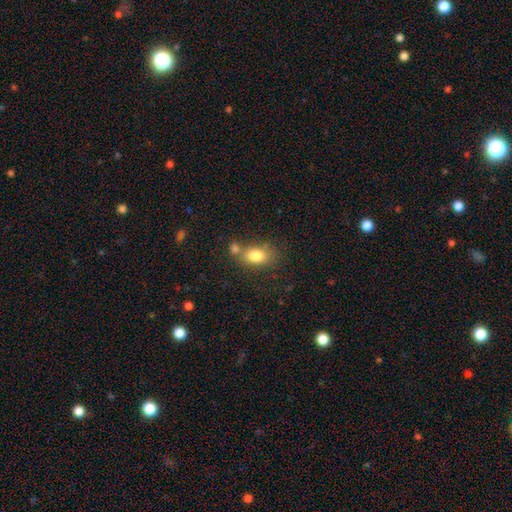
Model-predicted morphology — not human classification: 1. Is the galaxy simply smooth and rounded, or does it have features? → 81% smooth, 10% featured or disk, 9% star or artifact.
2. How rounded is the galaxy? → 82% in between, 16% round, 2% cigar-shaped.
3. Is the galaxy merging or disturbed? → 54% none, 26% merger, 15% minor disturbance, 5% major disturbance.